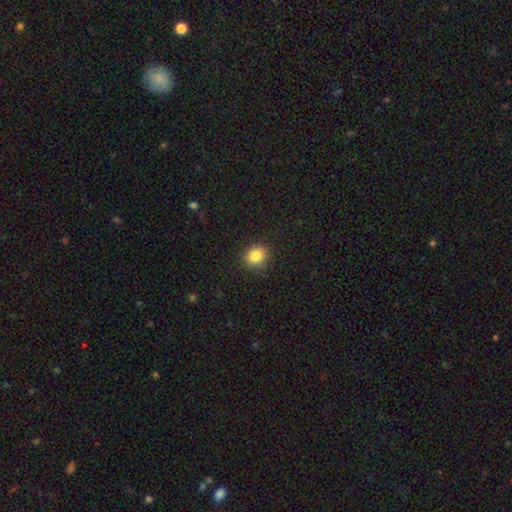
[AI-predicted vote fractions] Smooth or featured? smooth (84%)
How rounded? round (75%)
Merging? none (87%)